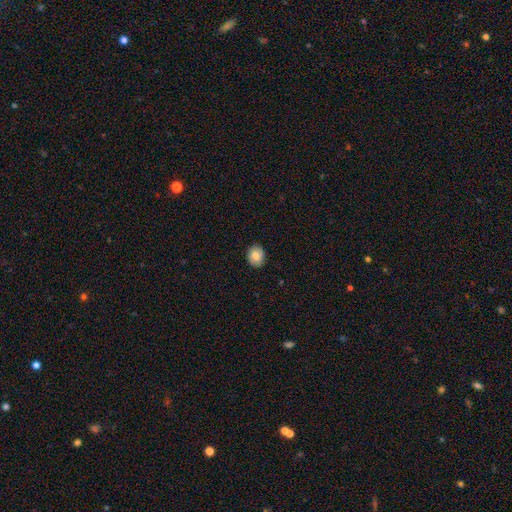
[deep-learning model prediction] A smooth galaxy with no disk features (74%) that is round (60%).

Vote fractions:
- Smooth or featured? smooth: 74% / featured or disk: 18% / star or artifact: 8%
- How rounded? round: 60% / in between: 39% / cigar-shaped: 1%
- Merging? none: 87% / minor disturbance: 10% / major disturbance: 2% / merger: 1%